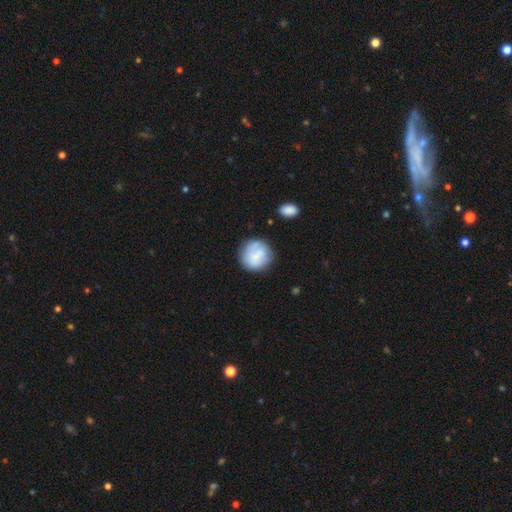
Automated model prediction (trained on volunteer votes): A smooth galaxy with no disk features (71%) that is round (90%).

Vote fractions:
- Smooth or featured? smooth: 71% / featured or disk: 22% / star or artifact: 7%
- How rounded? round: 90% / in between: 9% / cigar-shaped: 1%
- Merging? none: 72% / minor disturbance: 17% / major disturbance: 6% / merger: 4%